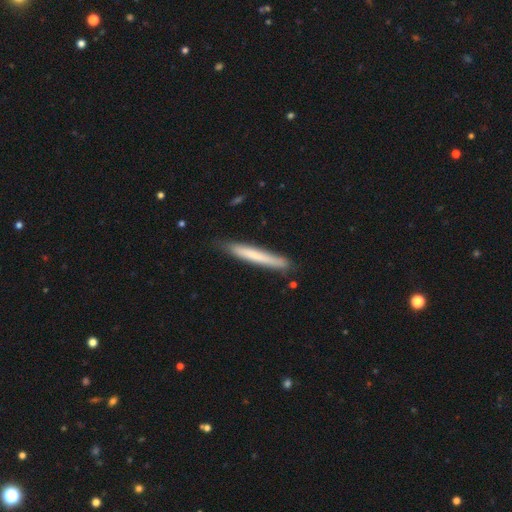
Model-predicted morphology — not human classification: The model was most divided on "smooth or featured": smooth: 67%, featured or disk: 27%, star or artifact: 6%. More confident: how rounded — cigar-shaped (96%); merging — none (81%).